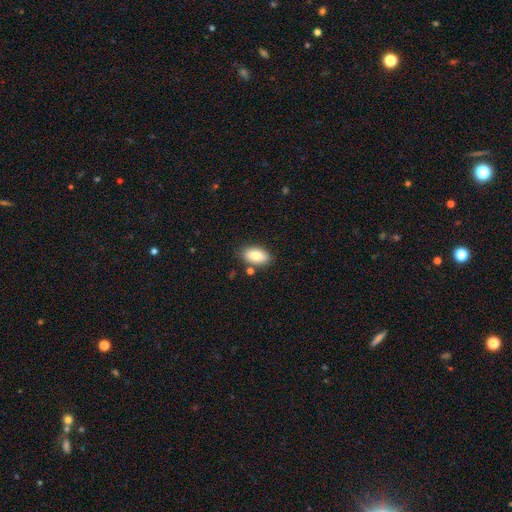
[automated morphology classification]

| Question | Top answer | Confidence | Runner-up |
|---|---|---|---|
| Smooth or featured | smooth | 80% | featured or disk (13%) |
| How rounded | in between | 93% | round (5%) |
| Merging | none | 81% | minor disturbance (12%) |